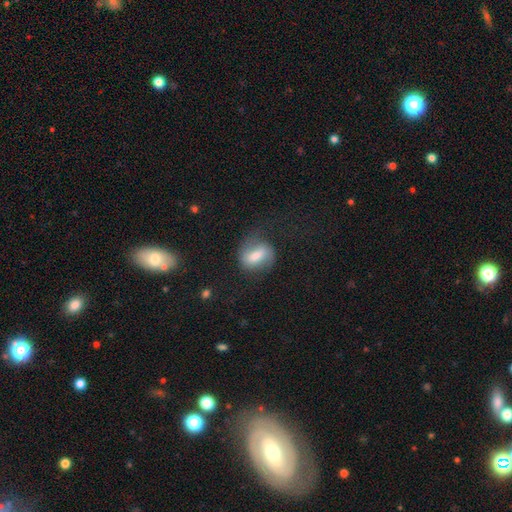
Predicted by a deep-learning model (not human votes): smooth 53%, featured or disk 38%, star or artifact 9%. Down the decision tree: how rounded — in between (64%); merging — none (54%).